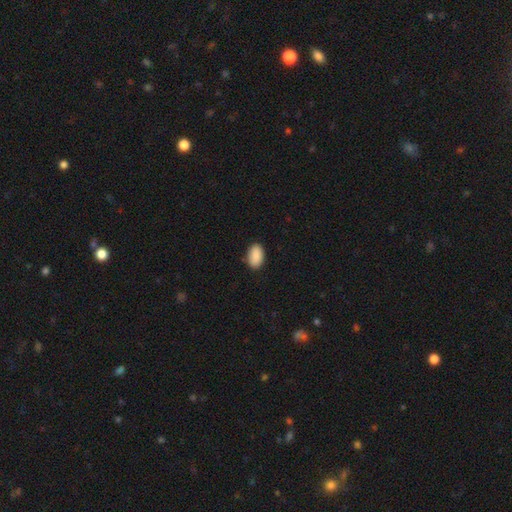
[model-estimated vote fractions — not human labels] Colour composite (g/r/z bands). It shows a smooth galaxy with no disk features (90%) that is in between round and cigar-shaped (92%). Merging: none (87%).